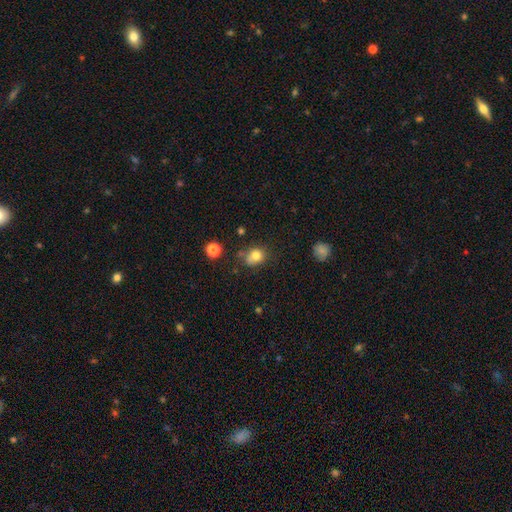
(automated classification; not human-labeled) Smooth or featured? Predicted: smooth (p=0.78). How rounded? Predicted: round (p=0.67). Merging? Predicted: none (p=0.59).